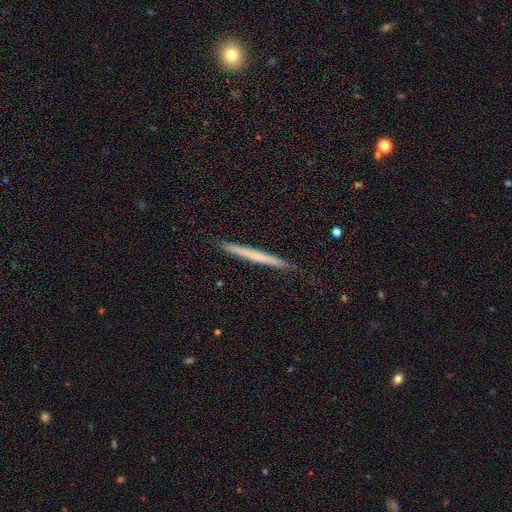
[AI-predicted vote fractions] Smooth or featured?
  - smooth: 48% *
  - featured or disk: 46%
  - star or artifact: 6%
Merging?
  - none: 90% *
  - minor disturbance: 7%
  - major disturbance: 1%
  - merger: 1%